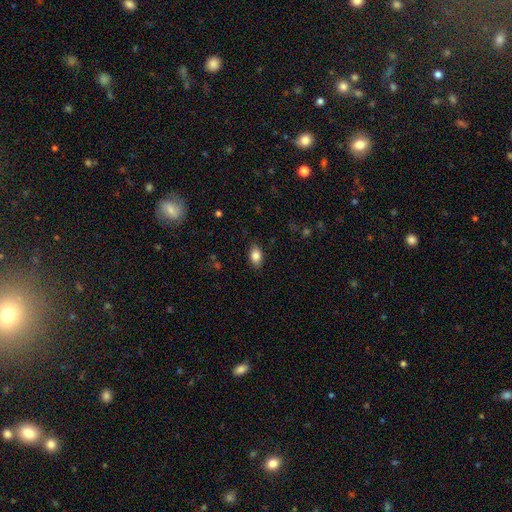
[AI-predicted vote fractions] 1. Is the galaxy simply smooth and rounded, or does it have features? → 85% smooth, 8% star or artifact, 7% featured or disk.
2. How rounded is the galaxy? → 87% in between, 11% round, 2% cigar-shaped.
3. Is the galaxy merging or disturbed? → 86% none, 10% minor disturbance, 3% major disturbance, 1% merger.